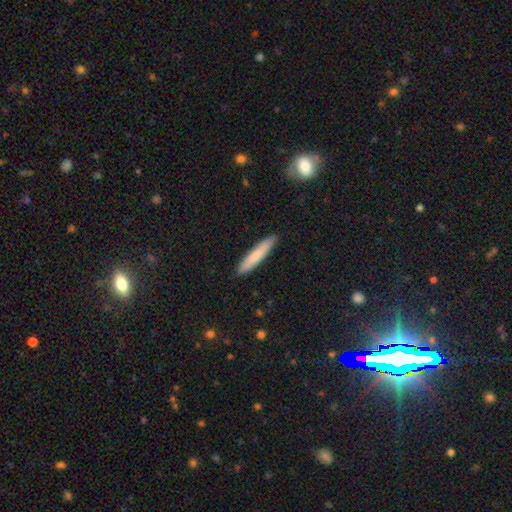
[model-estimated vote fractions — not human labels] Smooth or featured? Predicted: smooth (p=0.75). How rounded? Predicted: cigar-shaped (p=0.92). Merging? Predicted: none (p=0.91).